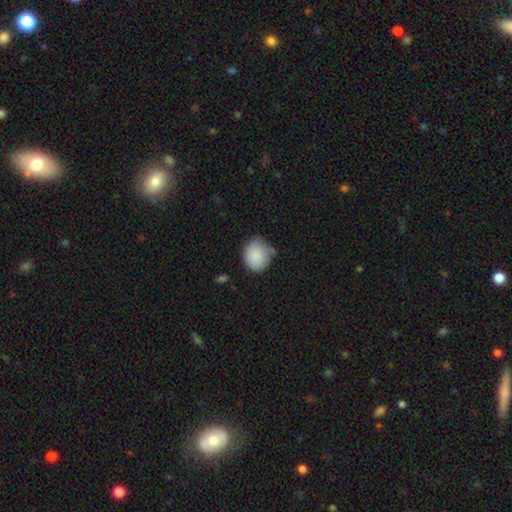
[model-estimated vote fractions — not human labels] Smooth or featured?
  - smooth: 87% *
  - star or artifact: 7%
  - featured or disk: 6%
How rounded?
  - round: 76% *
  - in between: 23%
  - cigar-shaped: 1%
Merging?
  - none: 60% *
  - minor disturbance: 31%
  - major disturbance: 6%
  - merger: 3%